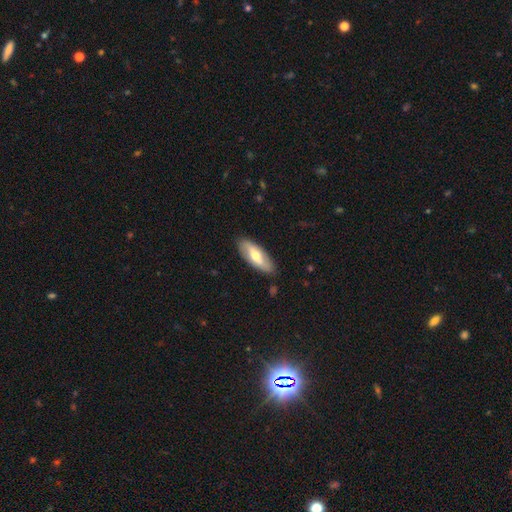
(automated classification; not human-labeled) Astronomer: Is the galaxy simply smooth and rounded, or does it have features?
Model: smooth — 56% (runner-up: featured or disk, 39%).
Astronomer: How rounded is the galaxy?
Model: in between — 74%.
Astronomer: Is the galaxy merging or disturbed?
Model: none — 86%.